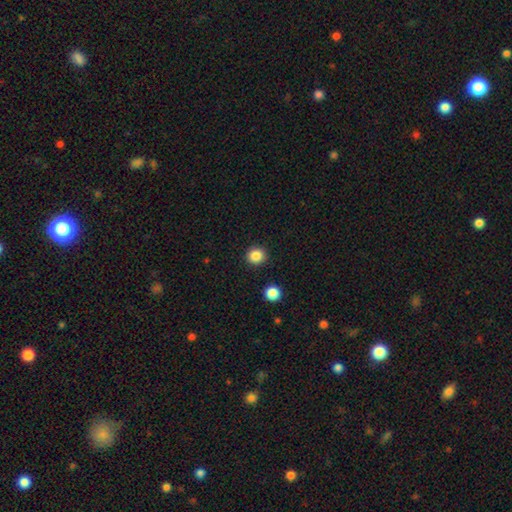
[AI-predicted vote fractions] Overall: smooth (85%). How rounded: round (91%). Merging: none (91%).